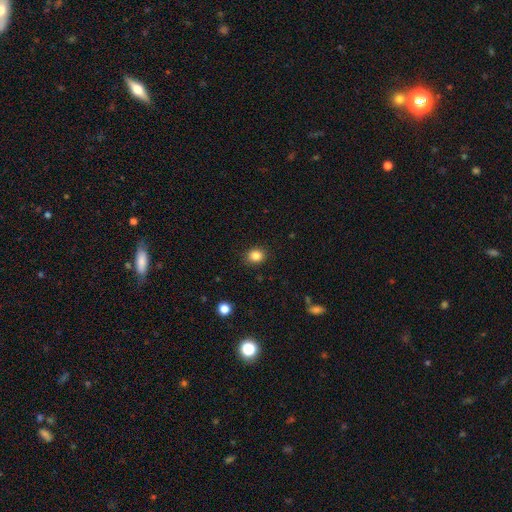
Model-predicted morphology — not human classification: The model was most divided on "how rounded": round: 69%, in between: 30%, cigar-shaped: 1%. More confident: merging — none (89%); smooth or featured — smooth (85%).